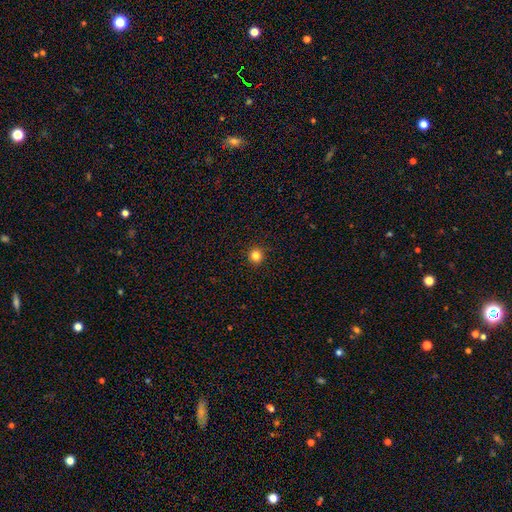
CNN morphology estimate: The model was most divided on "smooth or featured": smooth: 83%, star or artifact: 13%, featured or disk: 4%. More confident: how rounded — round (94%); merging — none (93%).